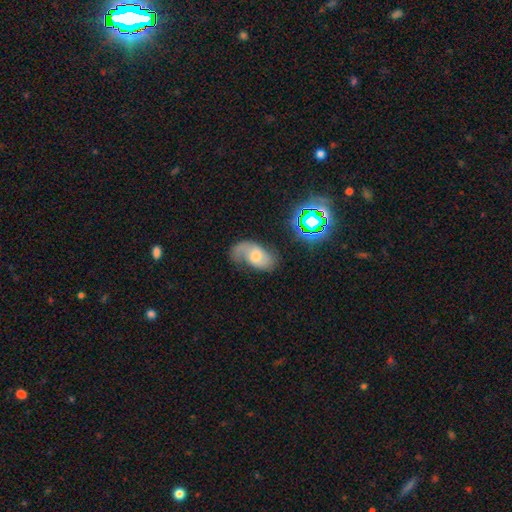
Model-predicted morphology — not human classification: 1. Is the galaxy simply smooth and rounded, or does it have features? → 59% featured or disk, 30% smooth, 11% star or artifact.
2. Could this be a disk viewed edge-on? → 95% no, 5% yes.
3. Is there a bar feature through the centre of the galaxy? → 54% no, 38% weak, 8% strong.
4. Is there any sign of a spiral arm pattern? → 87% yes, 13% no.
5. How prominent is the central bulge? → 50% moderate, 31% small, 11% large, 7% none, 2% dominant.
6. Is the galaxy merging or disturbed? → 44% none, 28% minor disturbance, 24% major disturbance, 5% merger.